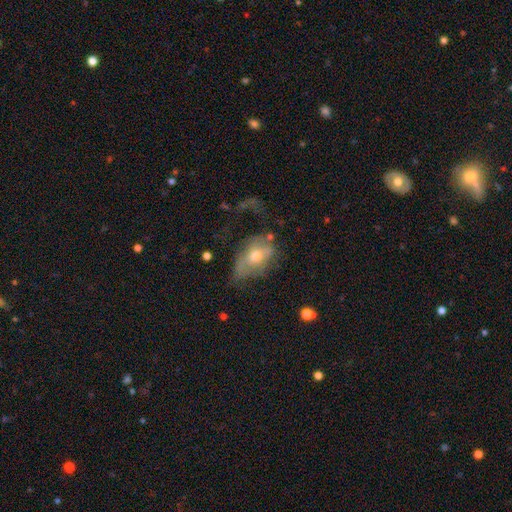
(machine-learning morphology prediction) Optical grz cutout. It shows a smooth galaxy with no disk features (46%). Merging: major disturbance (35%).